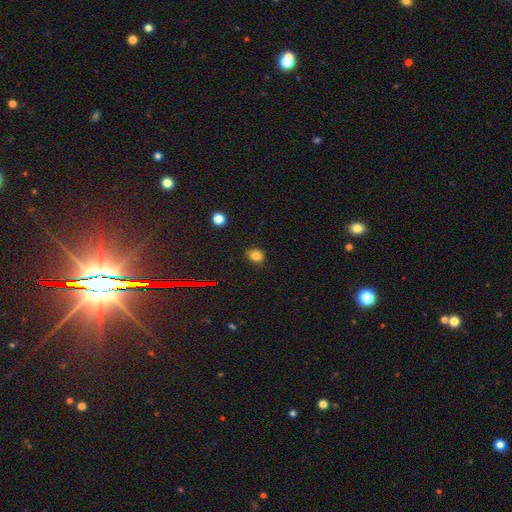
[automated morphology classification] smooth-or-featured: smooth: 79% | star or artifact: 15% | featured or disk: 6%
  how-rounded: round: 60% | in between: 39% | cigar-shaped: 1%
  merging: none: 83% | minor disturbance: 13% | major disturbance: 3% | merger: 1%